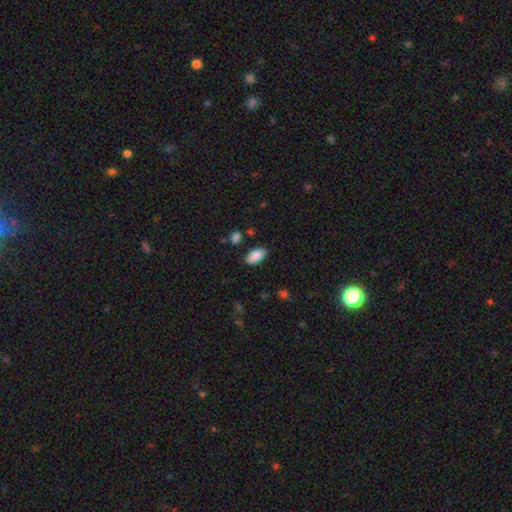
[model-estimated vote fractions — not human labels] Q: Smooth or featured?
A: smooth (87%); runner-up: star or artifact (7%)
Q: How rounded?
A: in between (94%); runner-up: cigar-shaped (3%)
Q: Merging?
A: none (81%); runner-up: minor disturbance (14%)